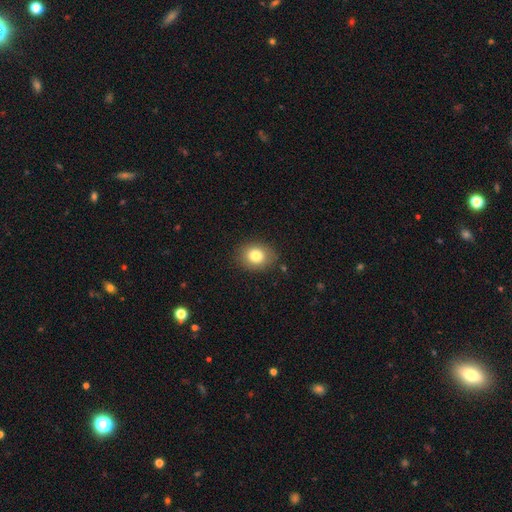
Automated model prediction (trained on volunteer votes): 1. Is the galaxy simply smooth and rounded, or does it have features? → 81% smooth, 10% star or artifact, 9% featured or disk.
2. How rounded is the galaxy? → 56% round, 43% in between, 1% cigar-shaped.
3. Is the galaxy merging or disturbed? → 86% none, 10% minor disturbance, 3% major disturbance, 1% merger.